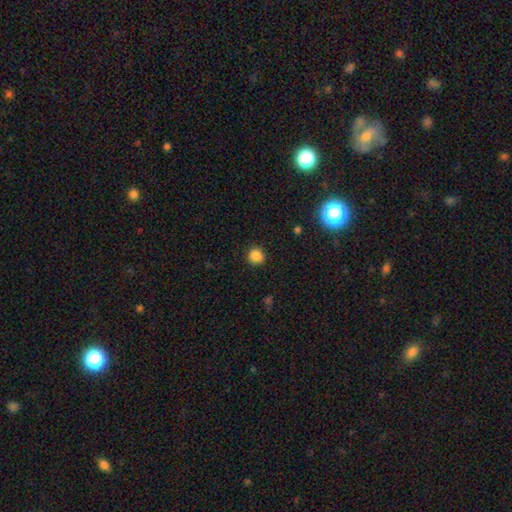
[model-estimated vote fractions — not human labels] Overall: smooth (85%). How rounded: round (93%). Merging: none (90%).